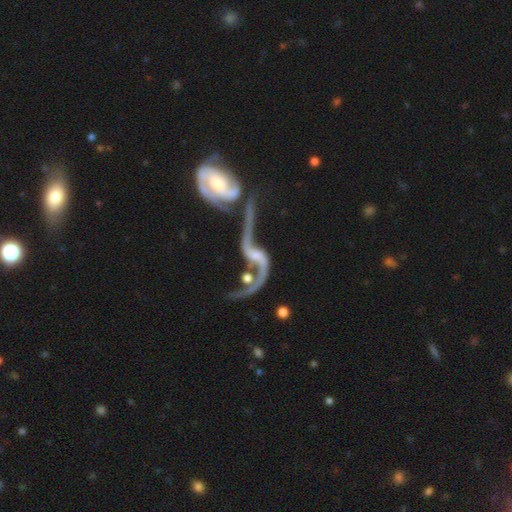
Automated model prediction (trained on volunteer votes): Smooth or featured?
  - featured or disk: 88% *
  - smooth: 6%
  - star or artifact: 6%
Edge-on disk?
  - no: 95% *
  - yes: 5%
Bar?
  - no: 42% *
  - weak: 40%
  - strong: 18%
Spiral arms?
  - yes: 94% *
  - no: 6%
Spiral winding?
  - loose: 91% *
  - medium: 6%
  - tight: 3%
Spiral arm count?
  - 2: 92% *
  - 1: 4%
  - can't tell: 2%
  - 3: 1%
  - 4: 1%
  - more than 4: 1%
Bulge size?
  - small: 37% *
  - moderate: 29%
  - none: 25%
  - large: 6%
  - dominant: 2%
Merging?
  - merger: 46% *
  - none: 27%
  - major disturbance: 17%
  - minor disturbance: 11%